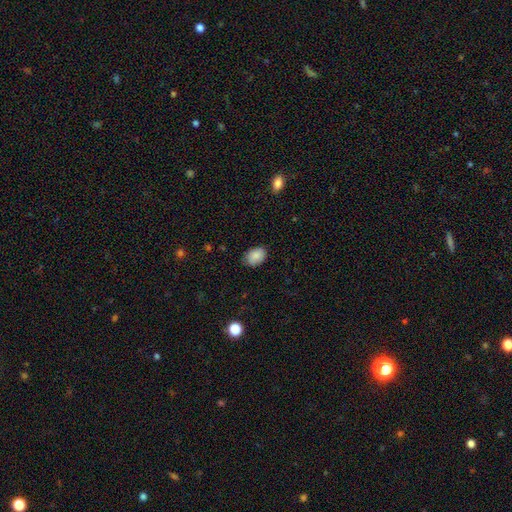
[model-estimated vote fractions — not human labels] The model was most divided on "how rounded": in between: 77%, round: 22%, cigar-shaped: 1%. More confident: smooth or featured — smooth (88%); merging — none (77%).